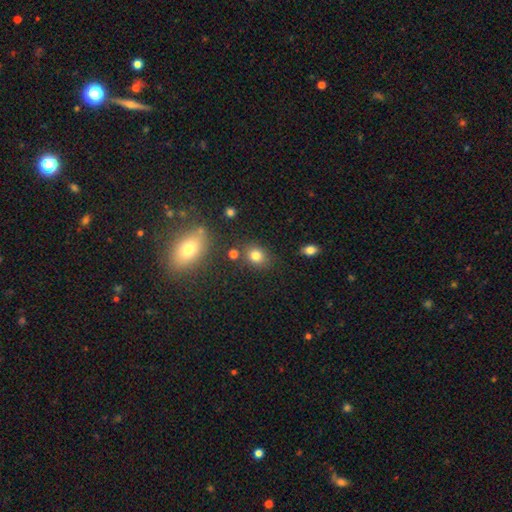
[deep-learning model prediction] Smooth or featured? smooth (80%)
How rounded? round (57%)
Merging? none (77%)